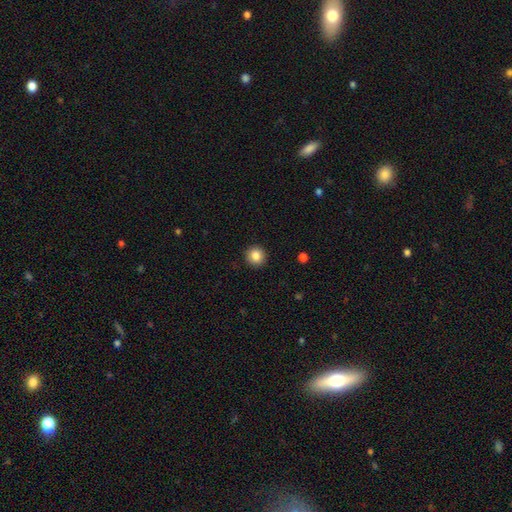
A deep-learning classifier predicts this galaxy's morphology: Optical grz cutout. It shows a smooth galaxy with no disk features (85%) that is round (94%). Merging: none (92%).